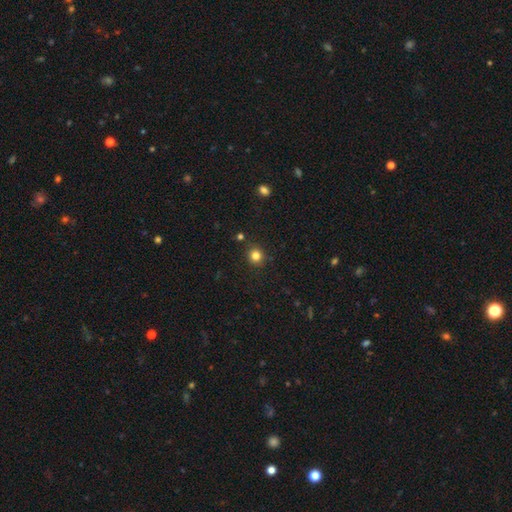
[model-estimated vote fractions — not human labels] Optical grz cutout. It shows a smooth galaxy with no disk features (82%) that is round (90%). Merging: none (88%).